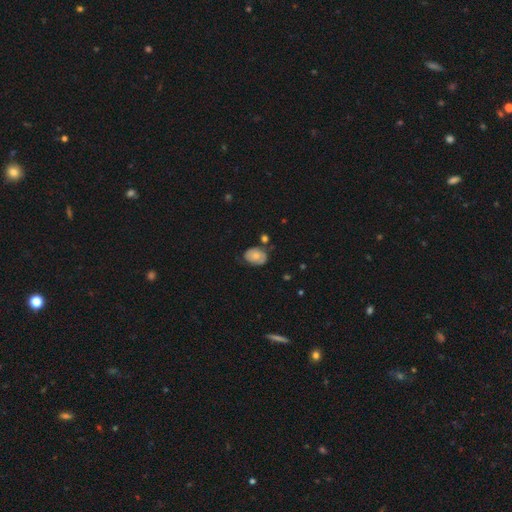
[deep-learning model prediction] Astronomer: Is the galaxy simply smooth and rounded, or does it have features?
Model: smooth — 62%.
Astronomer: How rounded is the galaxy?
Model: in between — 72%.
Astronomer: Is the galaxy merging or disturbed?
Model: none — 62%.